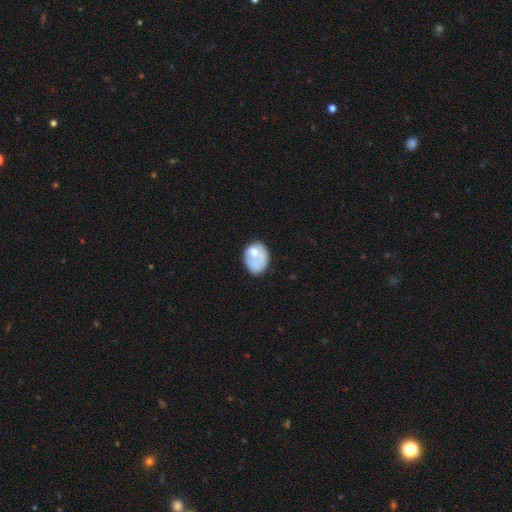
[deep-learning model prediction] Smooth or featured: smooth — 61% (featured or disk — 31%)
How rounded: in between — 63% (round — 36%)
Merging: none — 44% (minor disturbance — 28%)